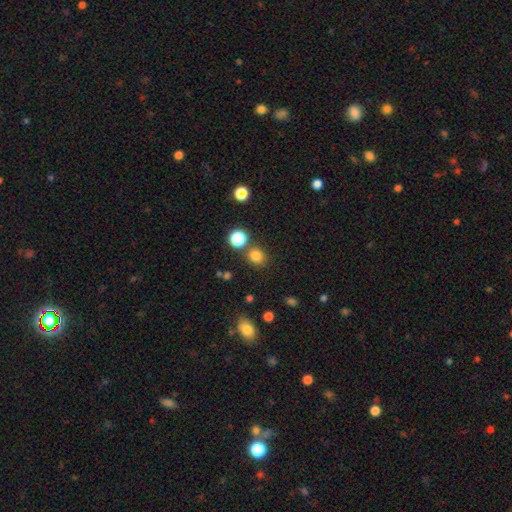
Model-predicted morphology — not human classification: This appears to be a smooth galaxy with no disk features (80%) that is round (81%). Merging: none (80%).